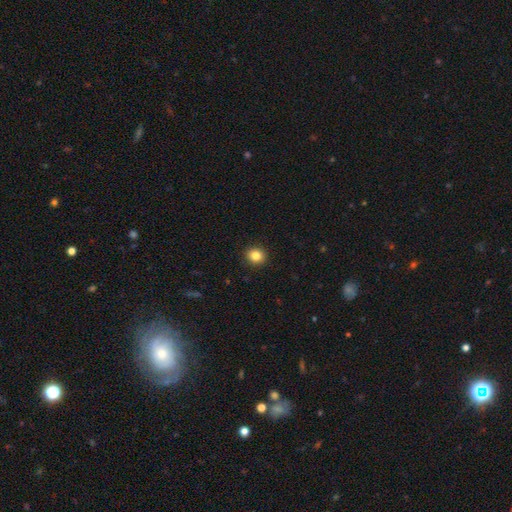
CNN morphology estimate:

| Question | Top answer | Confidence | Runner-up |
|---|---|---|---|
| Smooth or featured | smooth | 84% | star or artifact (11%) |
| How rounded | round | 81% | in between (19%) |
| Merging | none | 92% | minor disturbance (5%) |